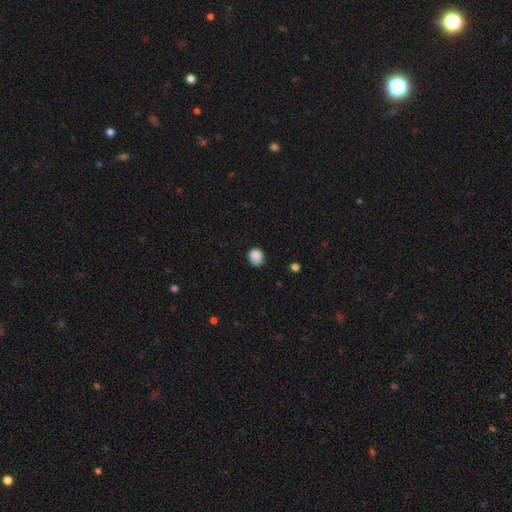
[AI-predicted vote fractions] Overall: smooth (87%). How rounded: round (67%; in between 32%). Merging: none (70%).